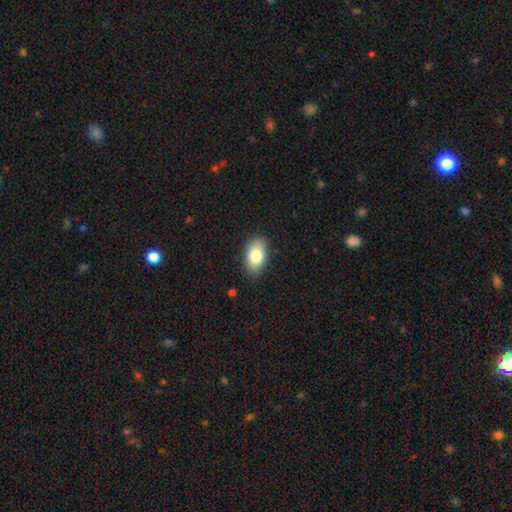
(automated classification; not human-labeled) Morphology: type=smooth (82%); roundness=in between (92%); merging=none (87%).